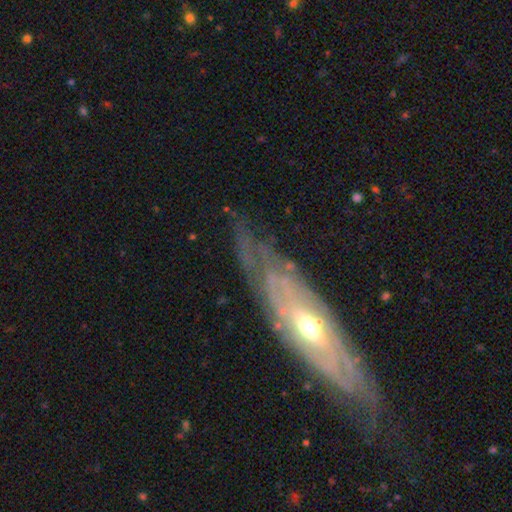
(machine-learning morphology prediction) smooth-or-featured: featured or disk: 82% | smooth: 11% | star or artifact: 7%
  disk-edge-on: no: 70% | yes: 30%
    bar: no: 64% | weak: 24% | strong: 11%
    has-spiral-arms: yes: 76% | no: 24%
    bulge-size: moderate: 62% | small: 31% | large: 5% | dominant: 1% | none: 1%
  merging: none: 72% | minor disturbance: 18% | major disturbance: 8% | merger: 2%